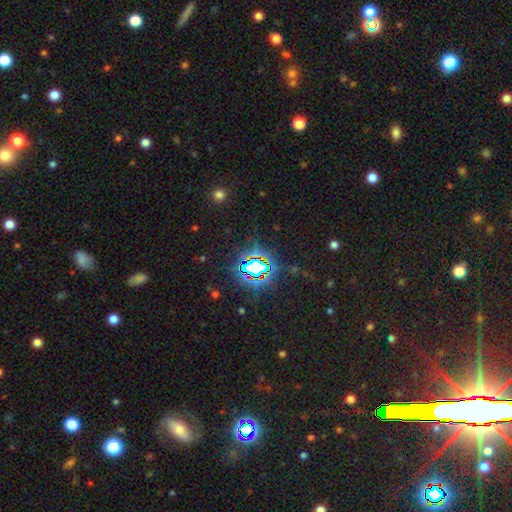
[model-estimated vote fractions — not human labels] Smooth or featured?
  - star or artifact: 80% *
  - smooth: 13%
  - featured or disk: 8%